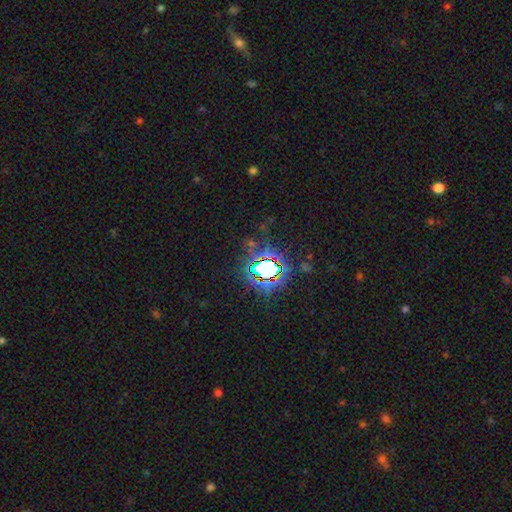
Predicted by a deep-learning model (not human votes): Smooth or featured?
  - star or artifact: 83% *
  - smooth: 10%
  - featured or disk: 8%